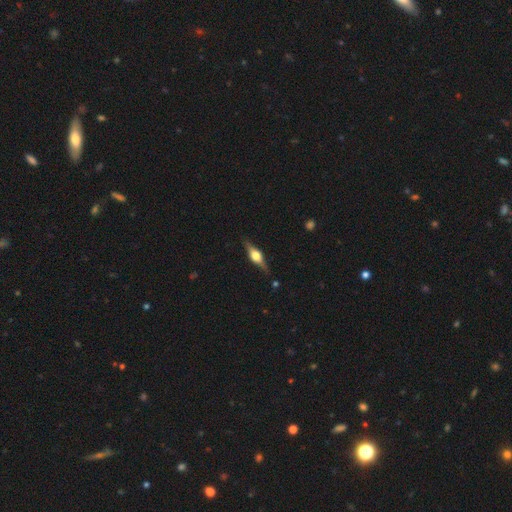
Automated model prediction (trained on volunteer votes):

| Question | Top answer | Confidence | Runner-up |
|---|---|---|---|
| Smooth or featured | featured or disk | 72% | smooth (21%) |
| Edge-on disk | yes | 96% | no (4%) |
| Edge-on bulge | rounded | 93% | boxy (6%) |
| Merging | none | 86% | minor disturbance (10%) |